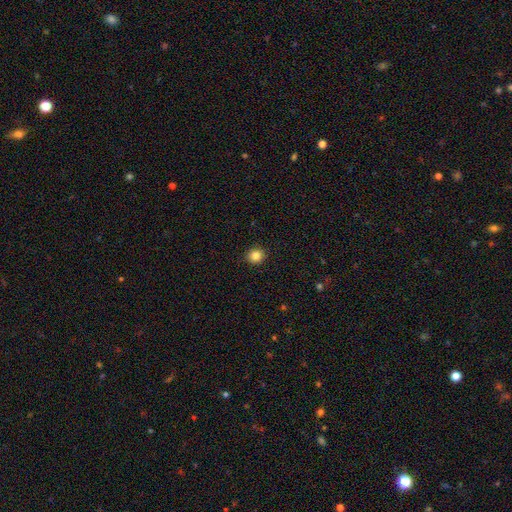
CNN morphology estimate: type=smooth (84%); roundness=round (85%); merging=none (92%).